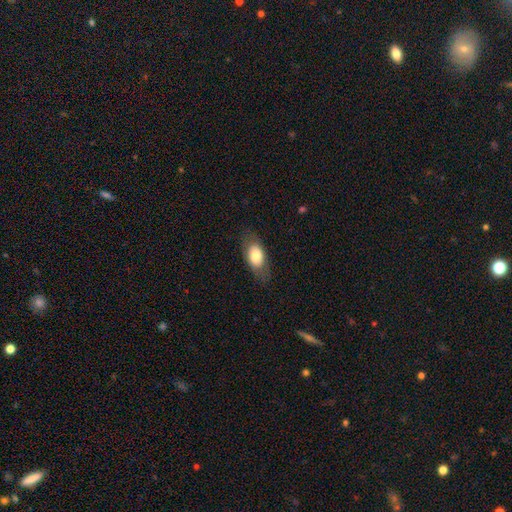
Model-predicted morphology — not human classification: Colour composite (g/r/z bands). It shows a smooth galaxy with no disk features (73%) that is in between round and cigar-shaped (87%). Merging: none (78%).